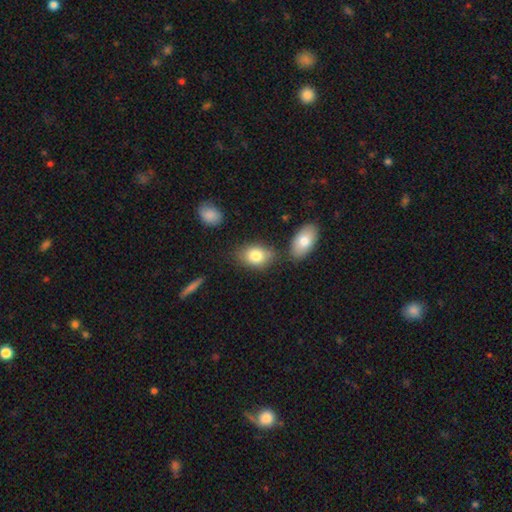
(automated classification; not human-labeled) smooth-or-featured: smooth: 81% | featured or disk: 11% | star or artifact: 8%
  how-rounded: in between: 81% | round: 17% | cigar-shaped: 1%
  merging: none: 66% | minor disturbance: 16% | merger: 13% | major disturbance: 5%